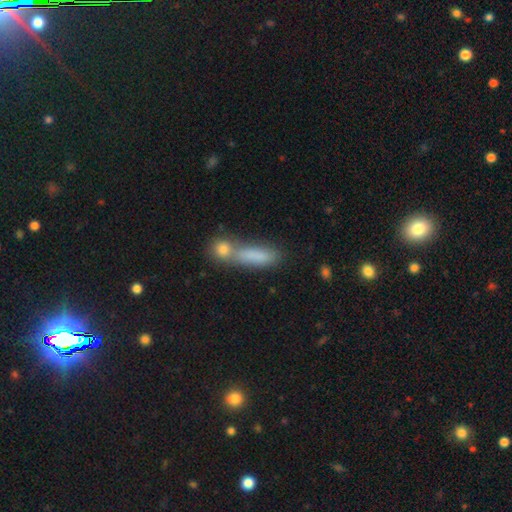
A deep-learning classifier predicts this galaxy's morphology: A smooth galaxy with no disk features (80%) that is cigar-shaped (49%).

Vote fractions:
- Smooth or featured? smooth: 80% / featured or disk: 11% / star or artifact: 8%
- How rounded? cigar-shaped: 49% / in between: 45% / round: 6%
- Merging? merger: 47% / none: 36% / minor disturbance: 11% / major disturbance: 6%